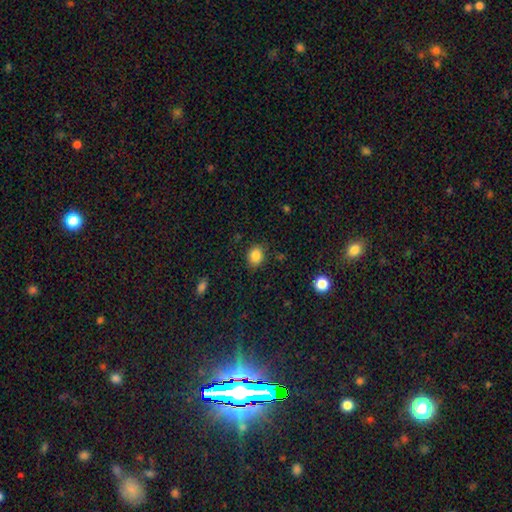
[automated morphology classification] Overall: smooth (85%). How rounded: in between (53%; round 46%). Merging: none (81%).